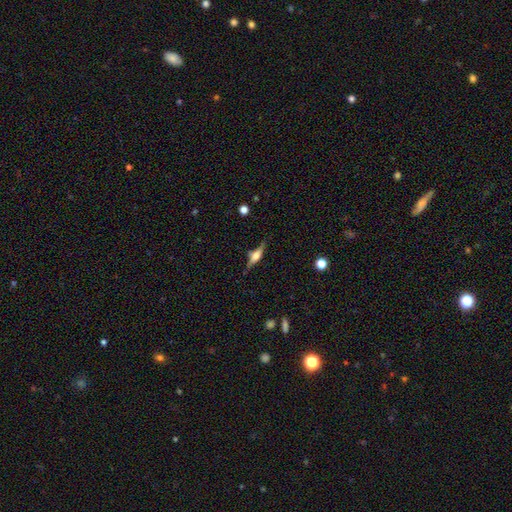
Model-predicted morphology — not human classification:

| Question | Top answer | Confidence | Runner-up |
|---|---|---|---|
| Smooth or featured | featured or disk | 67% | smooth (25%) |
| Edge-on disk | yes | 97% | no (3%) |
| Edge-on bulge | rounded | 80% | boxy (17%) |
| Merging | none | 81% | minor disturbance (13%) |